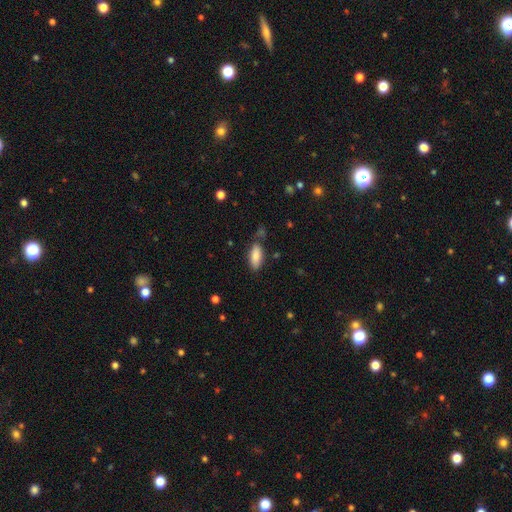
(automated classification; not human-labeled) Smooth or featured? smooth (85%)
How rounded? in between (83%)
Merging? none (73%)